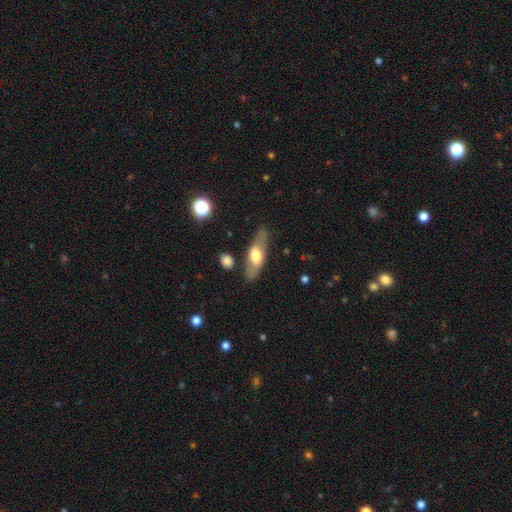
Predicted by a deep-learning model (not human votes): This appears to be a smooth galaxy with no disk features (47%, tied with featured or disk). Merging: none (76%).